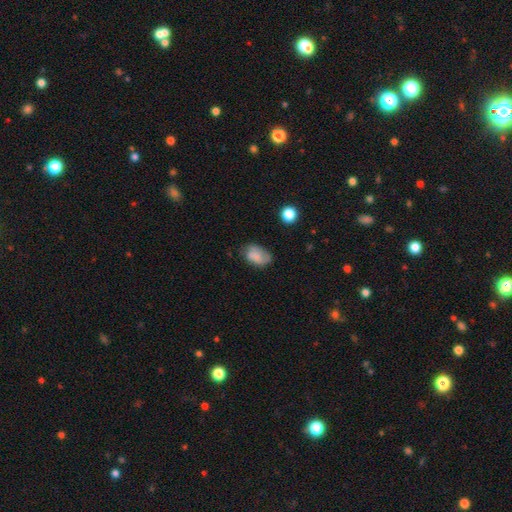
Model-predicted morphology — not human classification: type=smooth (70%); roundness=in between (88%); merging=none (54%).